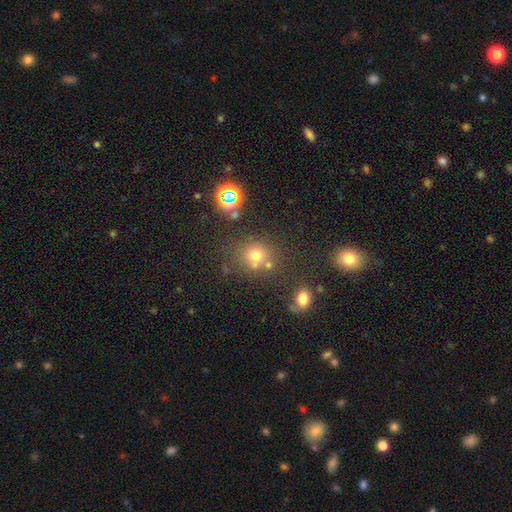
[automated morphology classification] Q: Smooth or featured?
A: smooth (64%); runner-up: star or artifact (25%)
Q: How rounded?
A: round (81%); runner-up: in between (18%)
Q: Merging?
A: none (65%); runner-up: merger (18%)